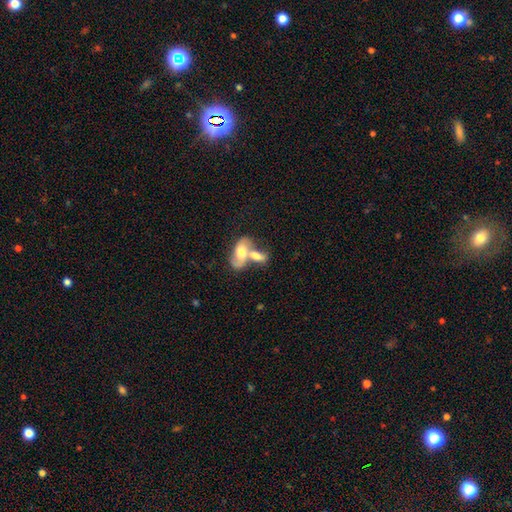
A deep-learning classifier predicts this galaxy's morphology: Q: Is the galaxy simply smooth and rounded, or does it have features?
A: smooth — 57%.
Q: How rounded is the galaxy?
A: in between — 86%.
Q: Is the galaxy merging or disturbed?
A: merger — 71%.